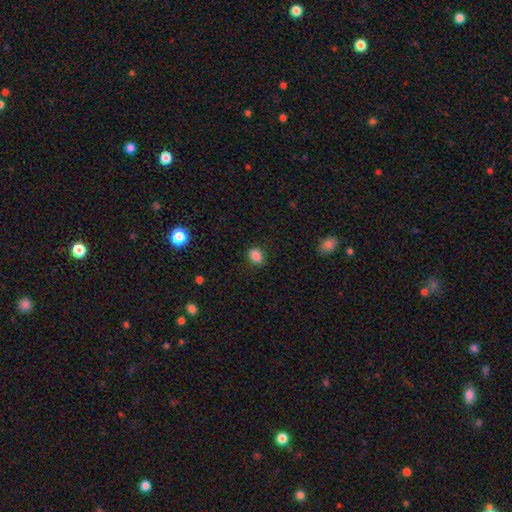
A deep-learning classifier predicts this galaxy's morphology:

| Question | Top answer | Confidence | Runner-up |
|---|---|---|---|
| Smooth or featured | smooth | 86% | star or artifact (11%) |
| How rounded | in between | 71% | round (28%) |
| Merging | none | 85% | minor disturbance (11%) |